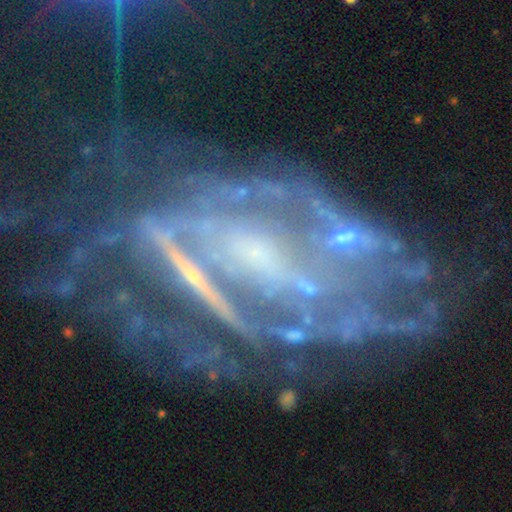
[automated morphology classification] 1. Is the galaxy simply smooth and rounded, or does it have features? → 78% featured or disk, 16% star or artifact, 6% smooth.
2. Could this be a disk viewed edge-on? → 92% no, 8% yes.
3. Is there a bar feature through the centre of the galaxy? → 37% weak, 36% no, 27% strong.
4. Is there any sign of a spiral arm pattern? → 79% yes, 21% no.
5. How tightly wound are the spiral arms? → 48% tight, 36% medium, 16% loose.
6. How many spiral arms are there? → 45% can't tell, 24% 2, 11% 3, 7% 4, 6% 1, 6% more than 4.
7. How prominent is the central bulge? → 49% small, 28% none, 18% moderate, 3% large, 2% dominant.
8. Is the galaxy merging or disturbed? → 47% none, 27% major disturbance, 20% minor disturbance, 6% merger.